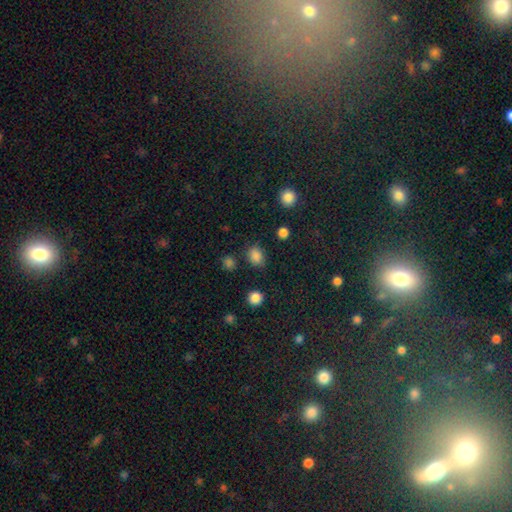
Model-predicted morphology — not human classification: The model was most divided on "how rounded": round: 51%, in between: 48%, cigar-shaped: 1%. More confident: smooth or featured — smooth (82%); merging — none (79%).